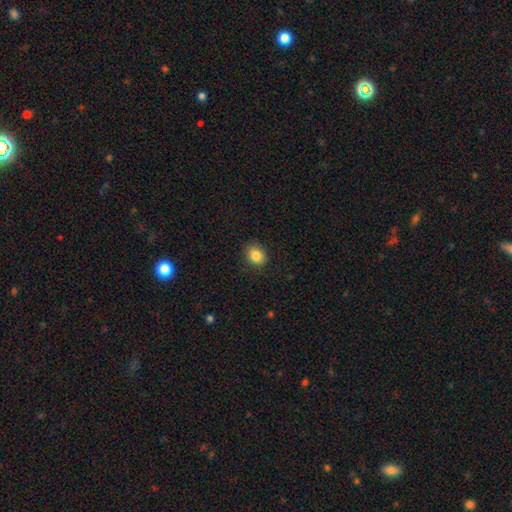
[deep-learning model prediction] Smooth or featured: smooth — 84% (star or artifact — 10%)
How rounded: round — 57% (in between — 42%)
Merging: none — 87% (minor disturbance — 9%)